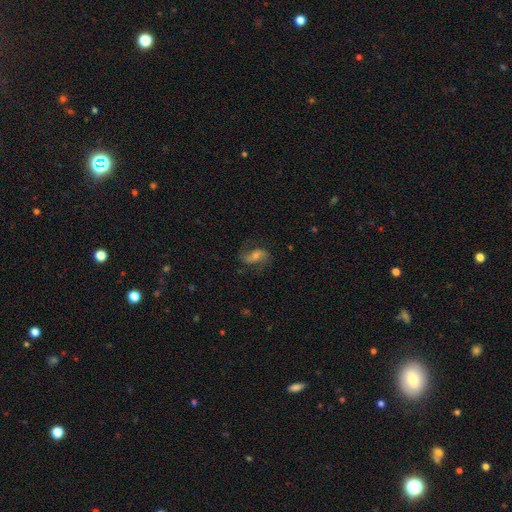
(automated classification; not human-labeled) smooth_or_featured: featured or disk (p=0.72) [alt: smooth p=0.17]
disk_edge_on: no (p=0.96) [alt: yes p=0.04]
bar: weak (p=0.42) [alt: no p=0.38]
has_spiral_arms: yes (p=0.93) [alt: no p=0.07]
spiral_winding: loose (p=0.45) [alt: medium p=0.42]
spiral_arm_count: 2 (p=0.88) [alt: can't tell p=0.05]
bulge_size: moderate (p=0.47) [alt: small p=0.41]
merging: none (p=0.74) [alt: minor disturbance p=0.16]